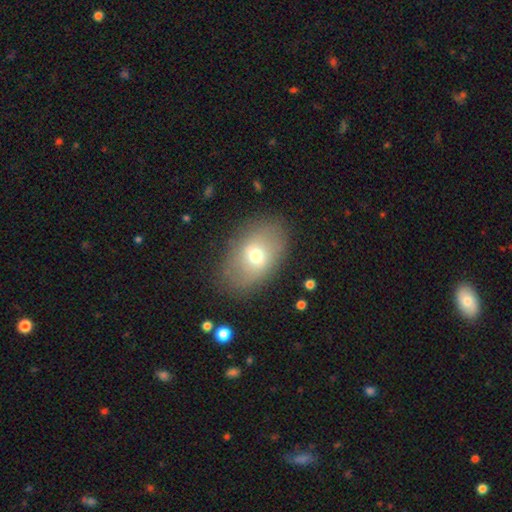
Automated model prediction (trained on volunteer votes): Overall: smooth (62%; featured or disk 28%). How rounded: in between (83%). Merging: none (81%).